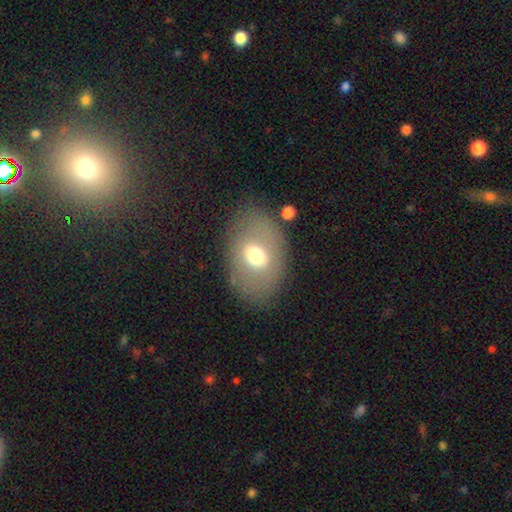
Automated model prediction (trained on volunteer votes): Morphology: type=smooth (59%); roundness=in between (78%); merging=none (80%).